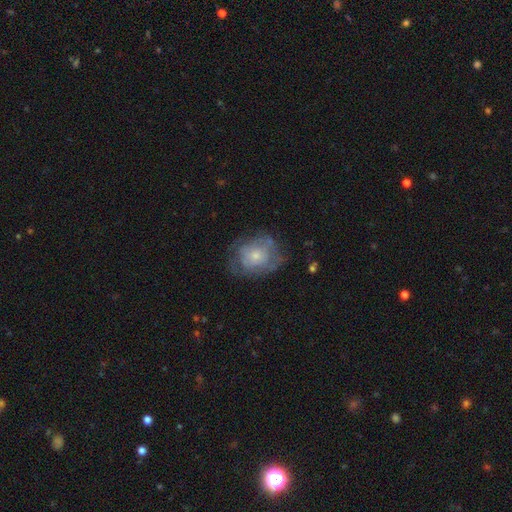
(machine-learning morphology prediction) The model was most divided on "spiral arms": no: 52%, yes: 48%. More confident: edge-on disk — no (97%); bar — no (87%); merging — none (58%); bulge size — small (55%); smooth or featured — featured or disk (53%).